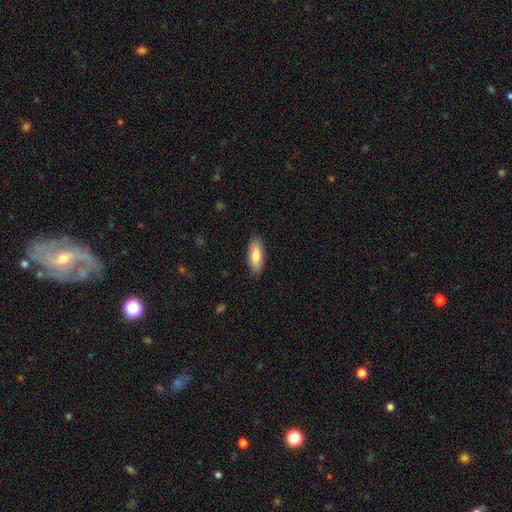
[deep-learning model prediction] The model was most divided on "how rounded": in between: 75%, cigar-shaped: 23%, round: 2%. More confident: merging — none (87%); smooth or featured — smooth (80%).